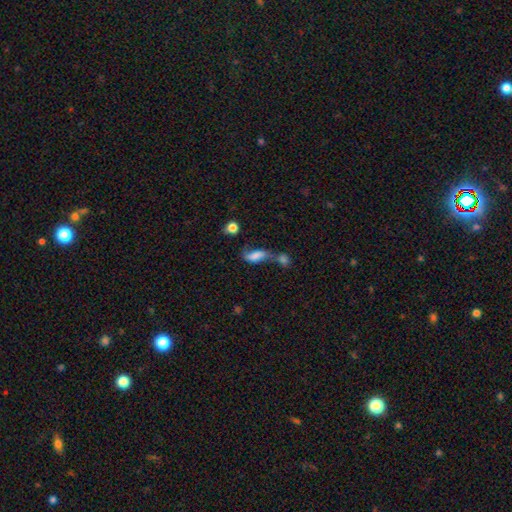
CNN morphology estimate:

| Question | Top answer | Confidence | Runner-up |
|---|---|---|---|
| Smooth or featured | smooth | 63% | featured or disk (25%) |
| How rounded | in between | 75% | cigar-shaped (19%) |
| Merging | merger | 47% | none (24%) |